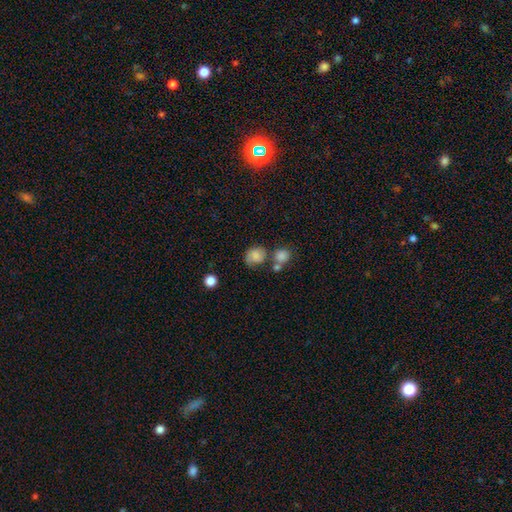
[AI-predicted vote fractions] Morphology: type=smooth (78%); roundness=round (64%); merging=none (46%).